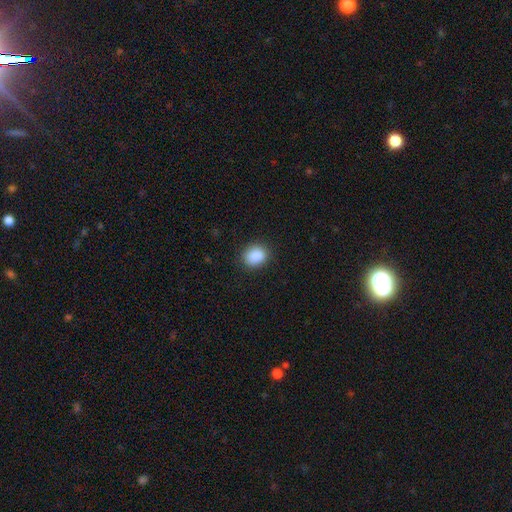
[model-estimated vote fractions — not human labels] smooth_or_featured: smooth (p=0.88) [alt: star or artifact p=0.08]
how_rounded: round (p=0.58) [alt: in between p=0.41]
merging: none (p=0.87) [alt: minor disturbance p=0.10]